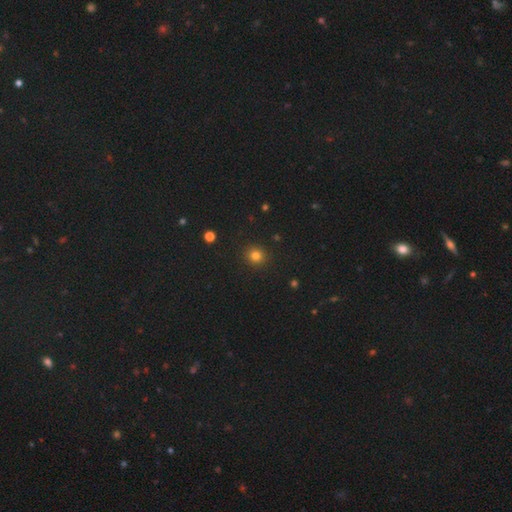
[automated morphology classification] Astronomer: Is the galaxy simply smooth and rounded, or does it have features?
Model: smooth — 81%.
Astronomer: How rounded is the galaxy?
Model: round — 90%.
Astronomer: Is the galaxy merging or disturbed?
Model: none — 92%.